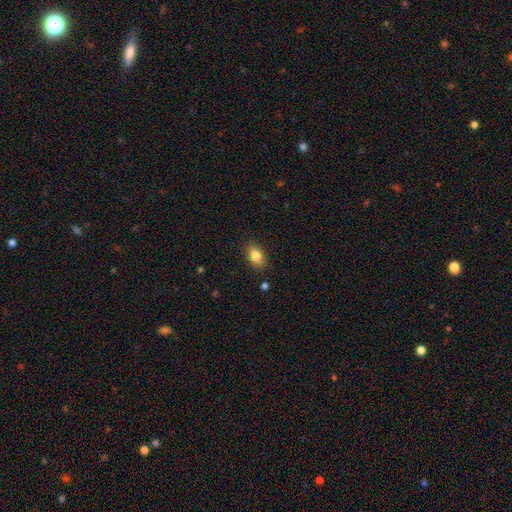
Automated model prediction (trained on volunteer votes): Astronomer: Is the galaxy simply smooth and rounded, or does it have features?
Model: smooth — 83%.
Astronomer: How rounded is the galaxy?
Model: in between — 83%.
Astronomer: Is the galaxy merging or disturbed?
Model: none — 87%.